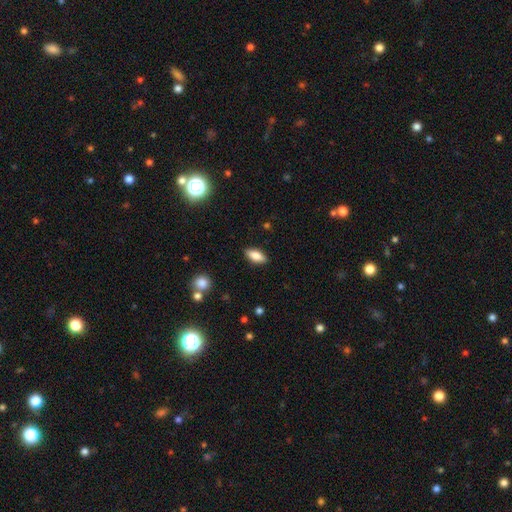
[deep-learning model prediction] Overall: smooth (78%). How rounded: in between (80%). Merging: none (88%).